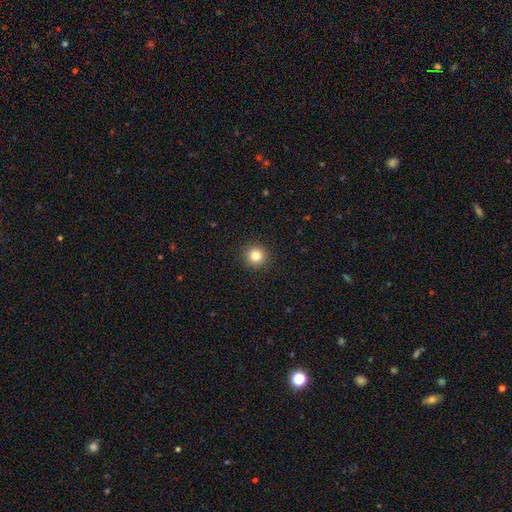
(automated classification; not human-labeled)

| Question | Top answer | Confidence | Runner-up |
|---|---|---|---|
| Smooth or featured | smooth | 82% | star or artifact (12%) |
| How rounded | round | 95% | in between (4%) |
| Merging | none | 93% | minor disturbance (5%) |